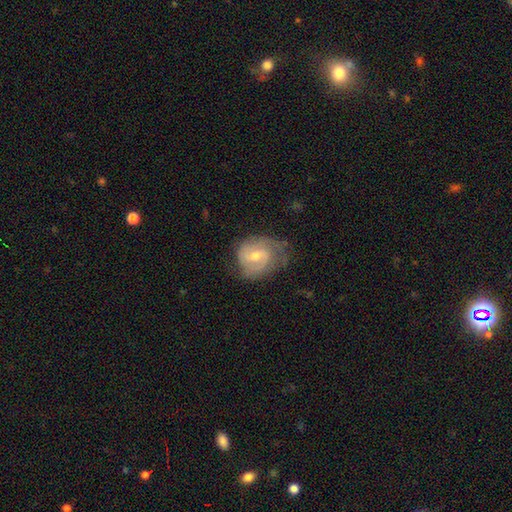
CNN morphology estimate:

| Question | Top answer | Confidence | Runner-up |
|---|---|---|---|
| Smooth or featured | featured or disk | 71% | smooth (23%) |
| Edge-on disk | no | 97% | yes (3%) |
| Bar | weak | 53% | no (34%) |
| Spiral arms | yes | 89% | no (11%) |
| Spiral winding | medium | 44% | tight (40%) |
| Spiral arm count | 2 | 64% | can't tell (18%) |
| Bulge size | moderate | 55% | small (41%) |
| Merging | none | 56% | minor disturbance (29%) |